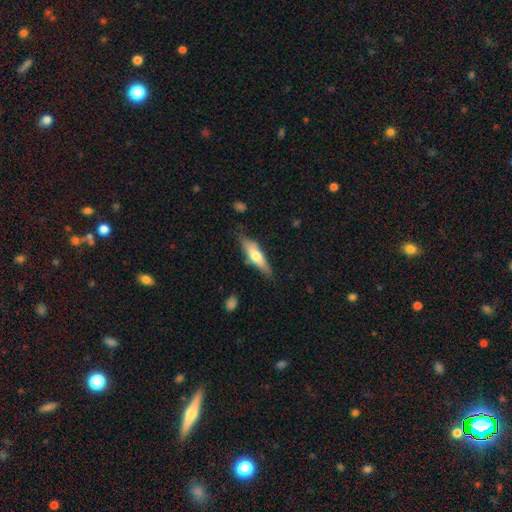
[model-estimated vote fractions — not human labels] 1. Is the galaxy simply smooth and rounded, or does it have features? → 58% smooth, 36% featured or disk, 6% star or artifact.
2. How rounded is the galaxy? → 61% cigar-shaped, 37% in between, 2% round.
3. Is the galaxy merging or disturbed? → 75% none, 19% minor disturbance, 4% major disturbance, 3% merger.